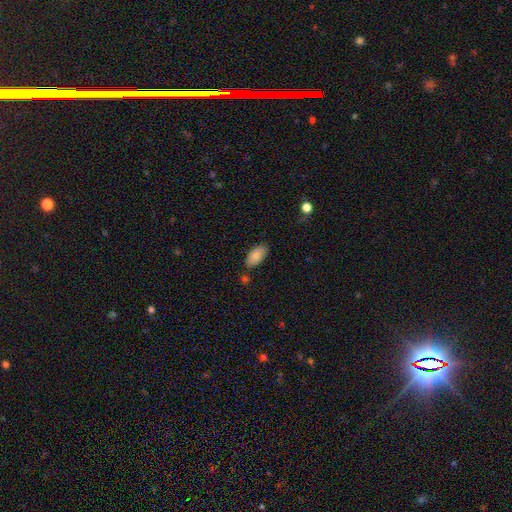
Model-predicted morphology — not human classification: Q: Smooth or featured?
A: smooth (86%); runner-up: featured or disk (7%)
Q: How rounded?
A: in between (94%); runner-up: cigar-shaped (4%)
Q: Merging?
A: none (80%); runner-up: minor disturbance (13%)